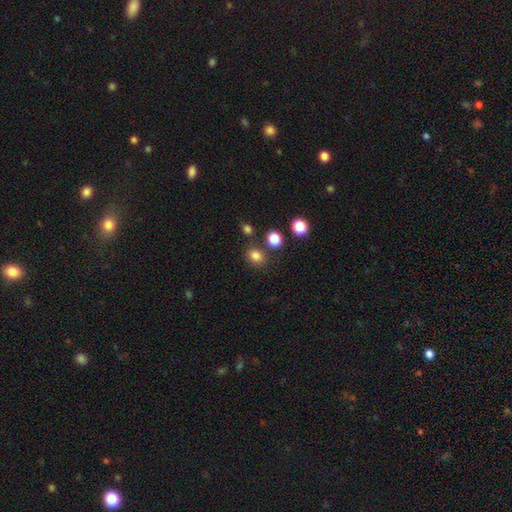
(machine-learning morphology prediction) Smooth or featured: smooth — 82% (star or artifact — 13%)
How rounded: round — 57% (in between — 42%)
Merging: none — 77% (minor disturbance — 10%)